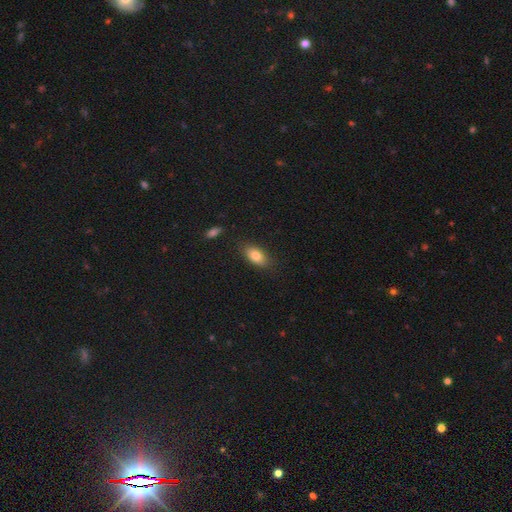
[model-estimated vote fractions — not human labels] This is clearly a smooth galaxy (82%). How rounded: clearly in between (89%). Merging: clearly none (83%).